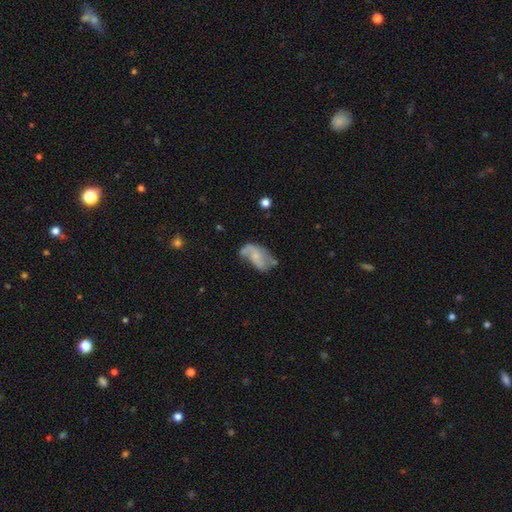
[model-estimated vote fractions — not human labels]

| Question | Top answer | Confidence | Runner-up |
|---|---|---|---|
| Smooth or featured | featured or disk | 57% | smooth (35%) |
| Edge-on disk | no | 96% | yes (4%) |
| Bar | no | 68% | weak (27%) |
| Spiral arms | yes | 68% | no (32%) |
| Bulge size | small | 48% | moderate (24%) |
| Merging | none | 37% | minor disturbance (29%) |